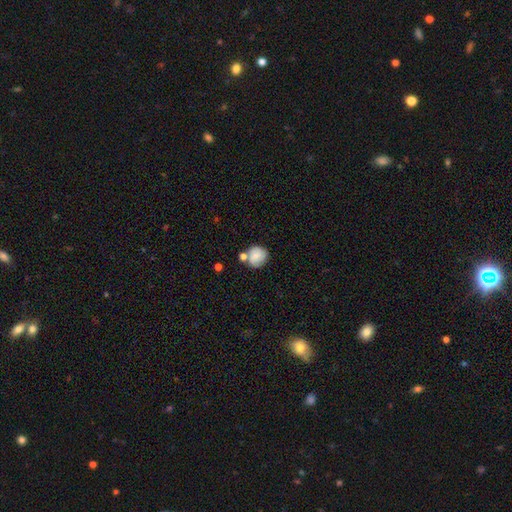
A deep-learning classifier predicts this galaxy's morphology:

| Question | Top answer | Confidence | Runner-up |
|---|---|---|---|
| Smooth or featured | smooth | 77% | featured or disk (15%) |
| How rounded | round | 83% | in between (16%) |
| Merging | none | 55% | merger (22%) |